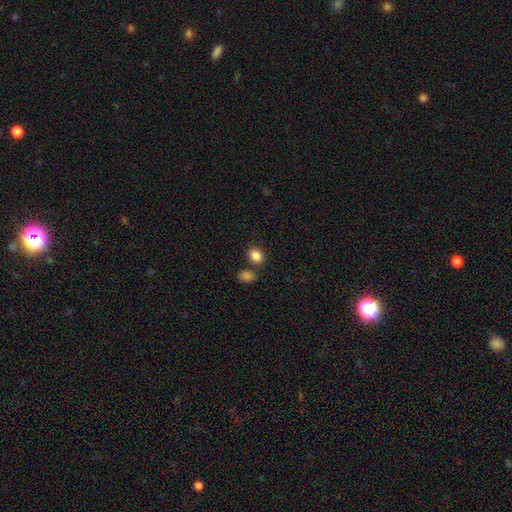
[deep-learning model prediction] smooth 86%, star or artifact 10%, featured or disk 4%. Down the decision tree: how rounded — in between (65%); merging — none (64%).